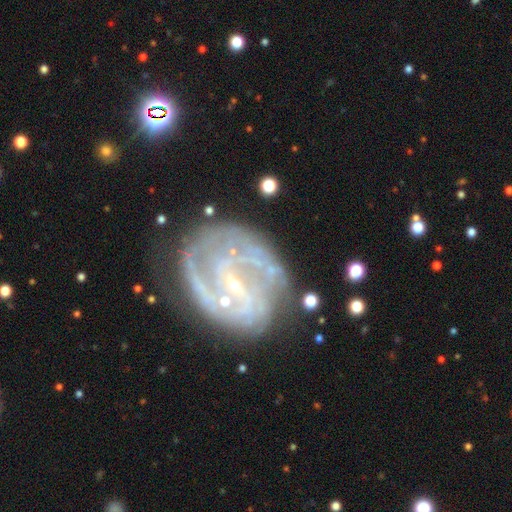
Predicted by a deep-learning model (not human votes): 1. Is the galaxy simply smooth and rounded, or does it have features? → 83% featured or disk, 9% smooth, 8% star or artifact.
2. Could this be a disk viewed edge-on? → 97% no, 3% yes.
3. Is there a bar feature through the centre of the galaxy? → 43% weak, 33% no, 24% strong.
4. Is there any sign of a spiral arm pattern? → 87% yes, 13% no.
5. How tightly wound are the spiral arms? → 49% tight, 36% medium, 15% loose.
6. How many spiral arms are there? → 35% 2, 32% can't tell, 13% 3, 7% 4, 7% 1, 5% more than 4.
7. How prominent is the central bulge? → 83% small, 8% moderate, 6% none, 1% large, 1% dominant.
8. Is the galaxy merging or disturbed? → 62% none, 20% minor disturbance, 14% major disturbance, 4% merger.